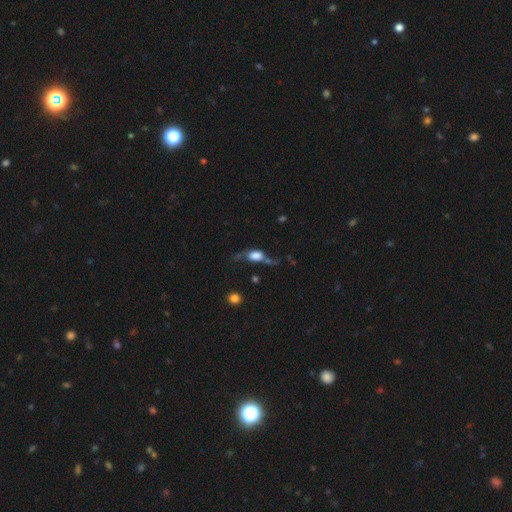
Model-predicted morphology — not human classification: A smooth galaxy with no disk features (46%). Merging: none (35%).